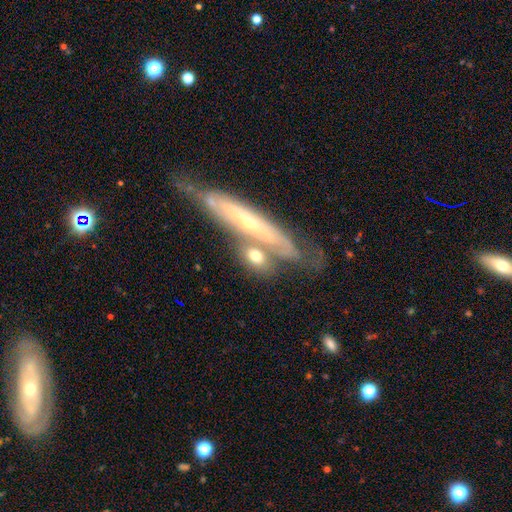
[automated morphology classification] smooth-or-featured: smooth: 53% | featured or disk: 39% | star or artifact: 8%
  how-rounded: in between: 46% | cigar-shaped: 40% | round: 14%
  merging: none: 51% | merger: 25% | minor disturbance: 17% | major disturbance: 7%